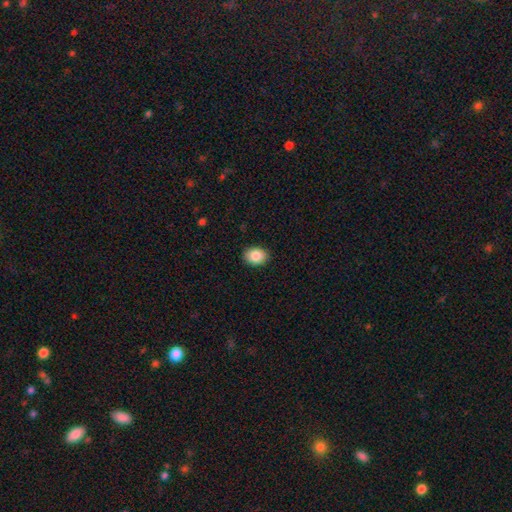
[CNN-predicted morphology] Smooth or featured: smooth — 86% (star or artifact — 8%)
How rounded: in between — 57% (round — 43%)
Merging: none — 90% (minor disturbance — 8%)